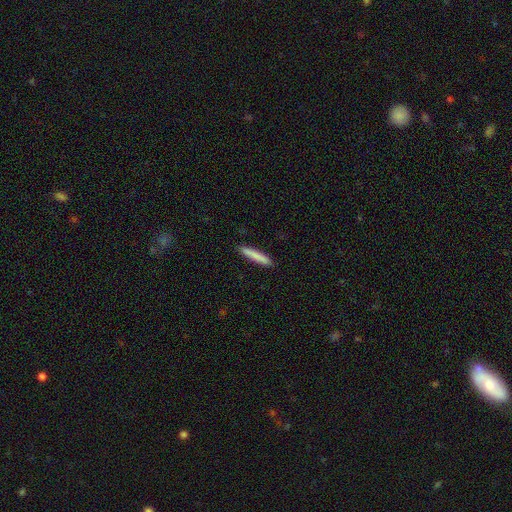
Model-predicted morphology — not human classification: A smooth galaxy with no disk features (83%) that is cigar-shaped (94%). Merging: none (91%).